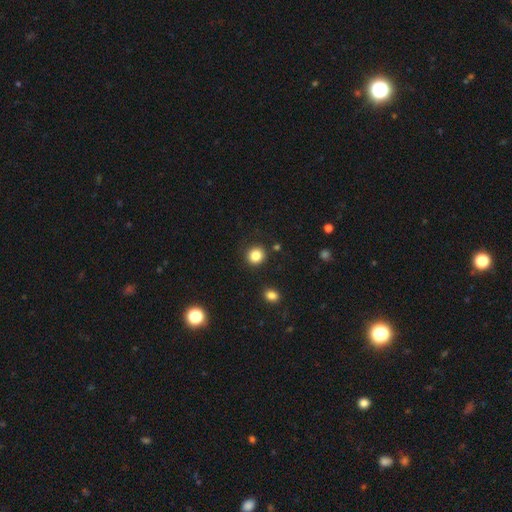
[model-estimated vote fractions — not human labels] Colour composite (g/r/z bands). It shows a smooth galaxy with no disk features (84%) that is round (88%). Merging: none (89%).